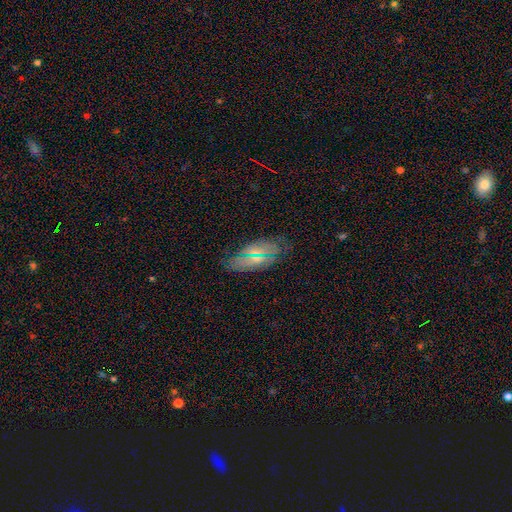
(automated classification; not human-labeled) This is possibly a smooth galaxy (50%). How rounded: clearly in between (82%). Merging: likely none (80%).